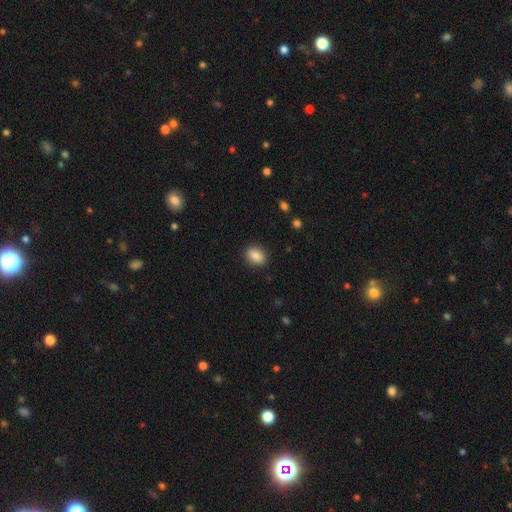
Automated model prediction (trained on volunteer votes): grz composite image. It shows a smooth galaxy with no disk features (88%) that is in between round and cigar-shaped (67%). Merging: none (89%).